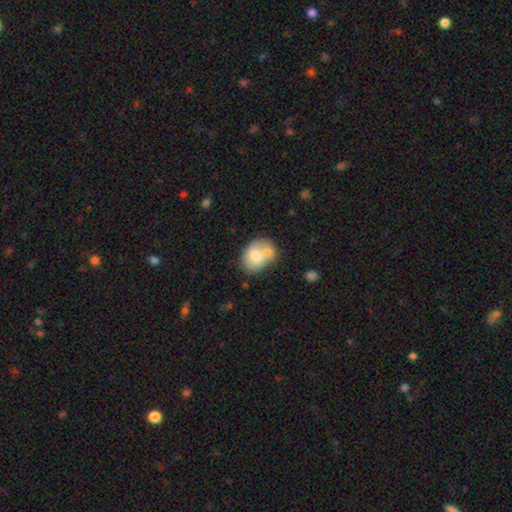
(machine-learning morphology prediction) Q: Smooth or featured?
A: smooth (69%); runner-up: featured or disk (24%)
Q: How rounded?
A: in between (58%); runner-up: round (41%)
Q: Merging?
A: merger (47%); runner-up: none (34%)